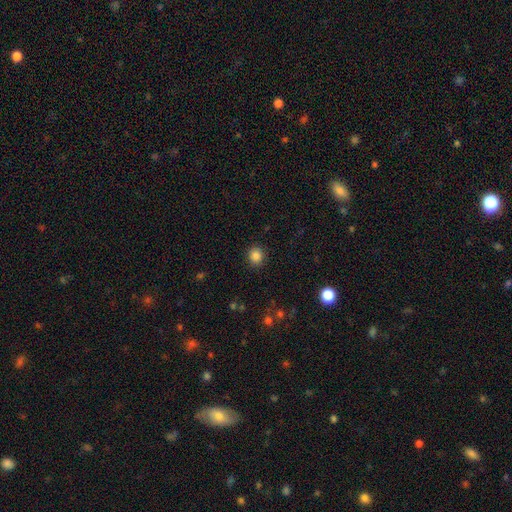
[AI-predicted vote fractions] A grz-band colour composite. It shows a smooth galaxy with no disk features (85%) that is round (81%). Merging: none (90%).